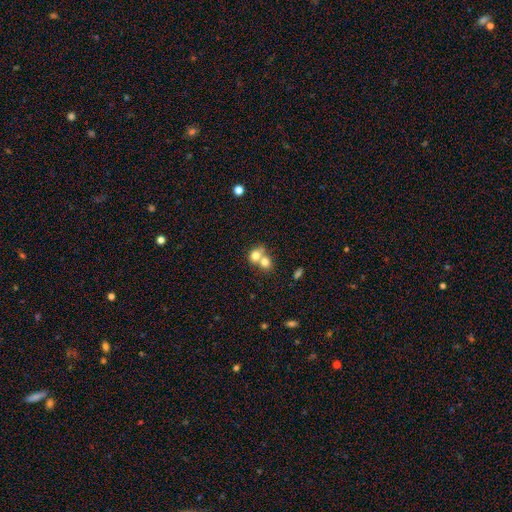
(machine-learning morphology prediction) smooth-or-featured: smooth: 74% | featured or disk: 16% | star or artifact: 11%
  how-rounded: round: 67% | in between: 32% | cigar-shaped: 1%
  merging: merger: 65% | none: 26% | minor disturbance: 5% | major disturbance: 3%